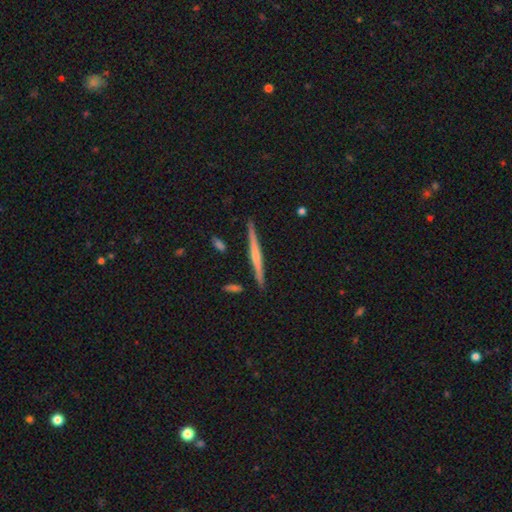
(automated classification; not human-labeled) smooth-or-featured: featured or disk: 61% | smooth: 33% | star or artifact: 6%
  disk-edge-on: yes: 98% | no: 2%
    edge-on-bulge: rounded: 46% | none: 43% | boxy: 11%
  merging: none: 90% | minor disturbance: 7% | merger: 2% | major disturbance: 1%